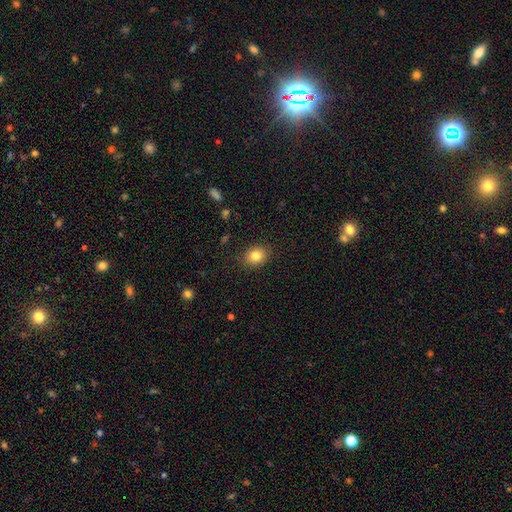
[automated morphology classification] This appears to be a smooth galaxy with no disk features (83%) that is round (52%). Merging: none (87%).